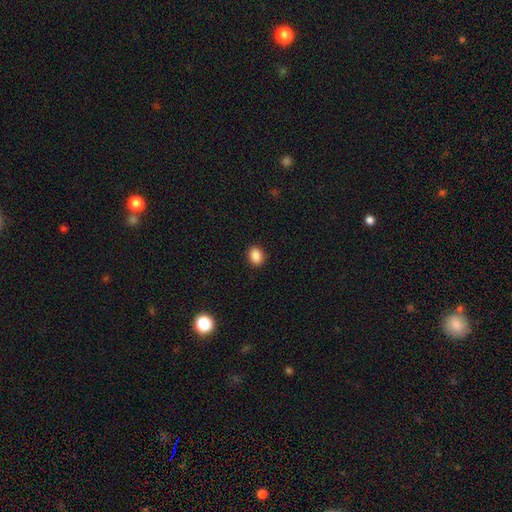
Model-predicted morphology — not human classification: Overall: smooth (89%). How rounded: in between (61%; round 38%). Merging: none (90%).